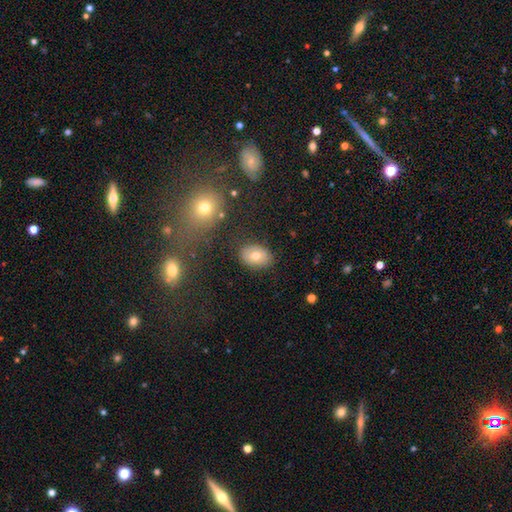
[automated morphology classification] Smooth or featured?
  - smooth: 70% *
  - featured or disk: 20%
  - star or artifact: 10%
How rounded?
  - in between: 79% *
  - round: 20%
  - cigar-shaped: 1%
Merging?
  - none: 84% *
  - minor disturbance: 11%
  - major disturbance: 3%
  - merger: 2%